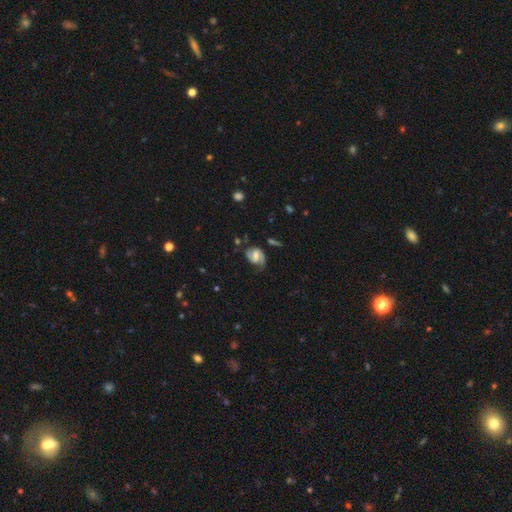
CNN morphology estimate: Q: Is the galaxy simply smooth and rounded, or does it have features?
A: featured or disk — 72%.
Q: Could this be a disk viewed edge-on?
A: no — 97%.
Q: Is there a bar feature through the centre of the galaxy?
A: weak — 49%.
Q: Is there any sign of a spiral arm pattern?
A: yes — 92%.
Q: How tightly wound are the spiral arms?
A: medium — 47%.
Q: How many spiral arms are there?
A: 2 — 79%.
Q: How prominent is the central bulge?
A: moderate — 42%.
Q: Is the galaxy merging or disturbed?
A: none — 58%.